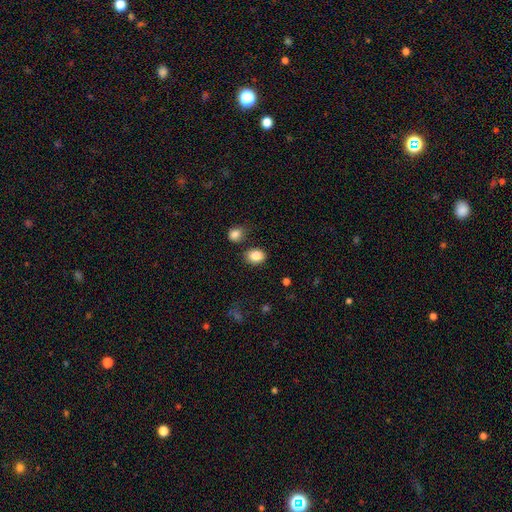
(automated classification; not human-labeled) Overall: smooth (87%). How rounded: in between (60%; round 39%). Merging: none (77%).